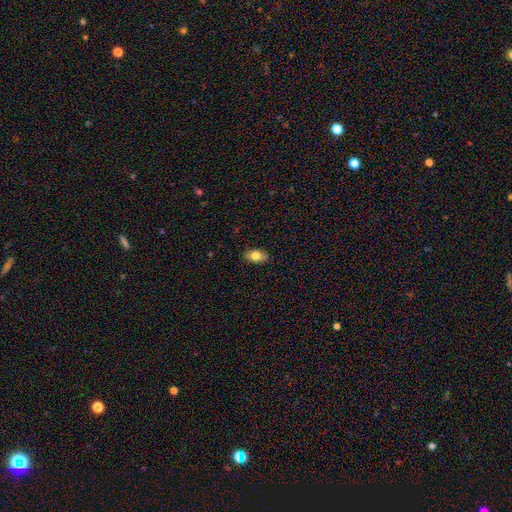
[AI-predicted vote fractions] This appears to be a smooth galaxy with no disk features (80%) that is in between round and cigar-shaped (88%). Merging: none (88%).